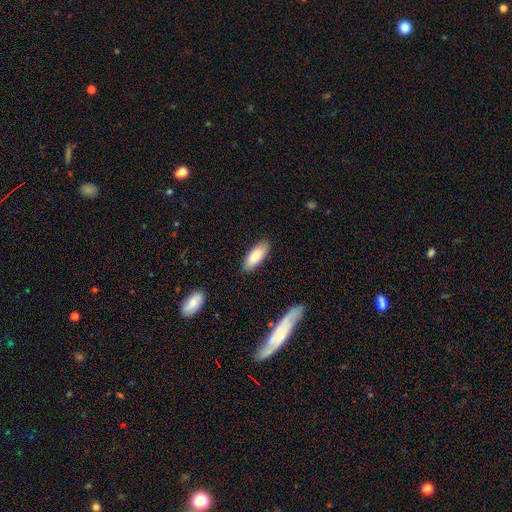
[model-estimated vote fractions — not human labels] Smooth or featured? smooth (78%)
How rounded? in between (77%)
Merging? none (87%)